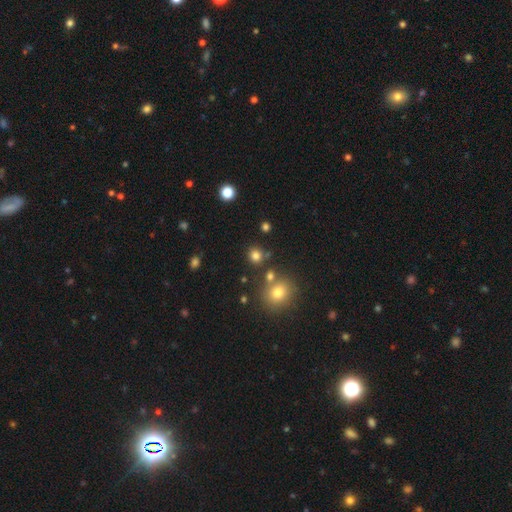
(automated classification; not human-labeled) Overall: smooth (79%). How rounded: round (86%). Merging: none (79%).